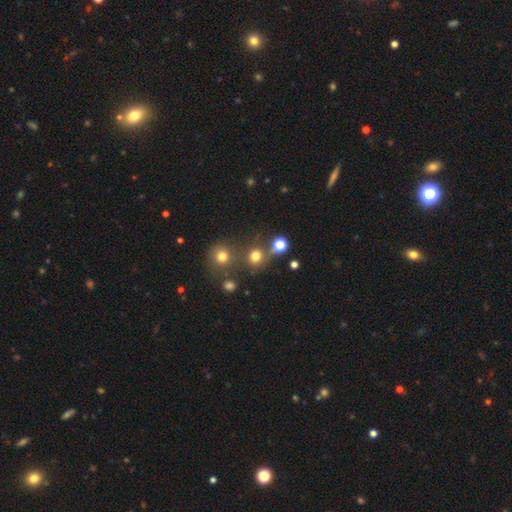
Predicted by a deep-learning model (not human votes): Smooth or featured? smooth (72%)
How rounded? round (85%)
Merging? none (61%)